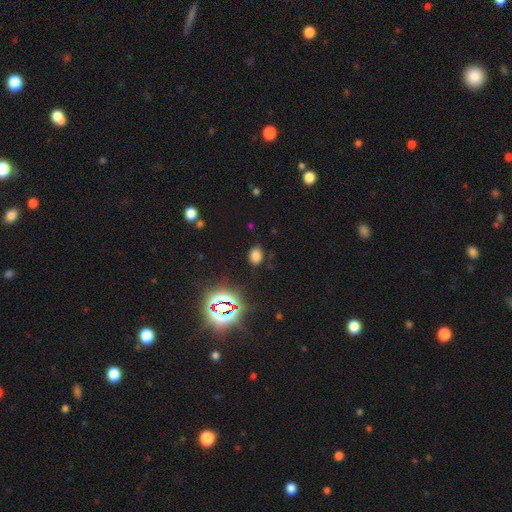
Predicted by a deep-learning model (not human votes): This is likely a smooth galaxy (68%). How rounded: likely in between (73%). Merging: clearly none (81%).